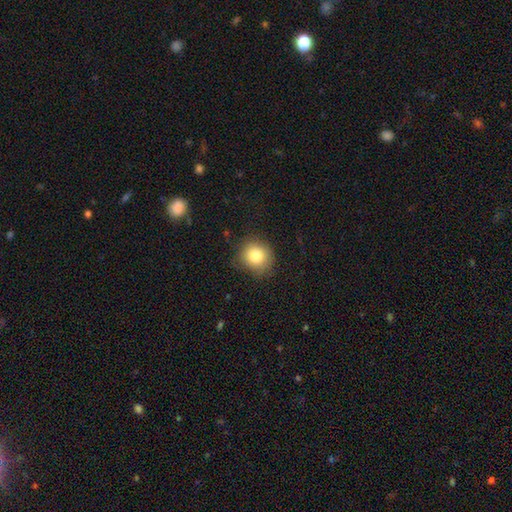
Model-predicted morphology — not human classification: smooth_or_featured: smooth (p=0.82) [alt: star or artifact p=0.10]
how_rounded: round (p=0.86) [alt: in between p=0.13]
merging: none (p=0.83) [alt: minor disturbance p=0.13]